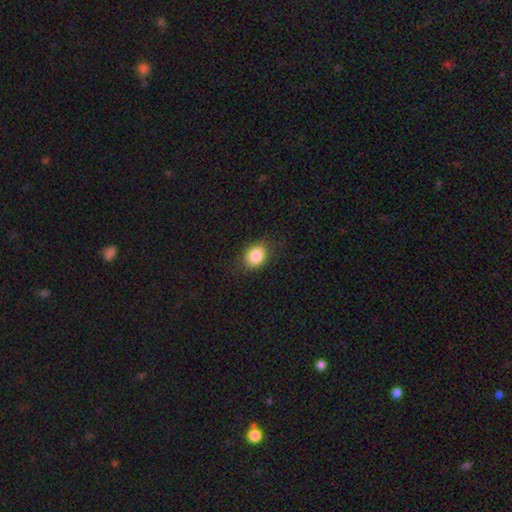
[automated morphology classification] The model was most divided on "how rounded": round: 52%, in between: 47%, cigar-shaped: 1%. More confident: smooth or featured — smooth (84%); merging — none (79%).